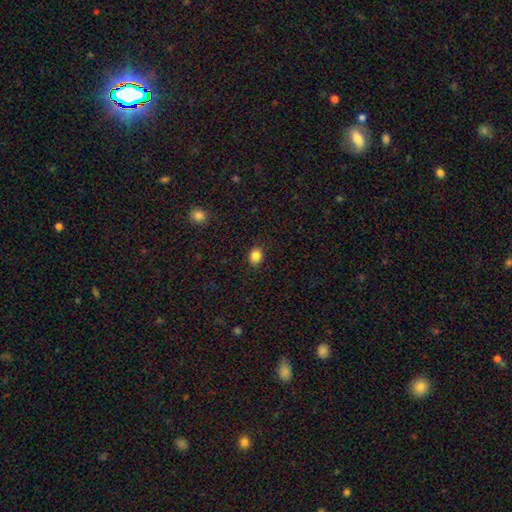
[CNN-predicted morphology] A smooth galaxy with no disk features (85%) that is round (68%).

Vote fractions:
- Smooth or featured? smooth: 85% / star or artifact: 11% / featured or disk: 4%
- How rounded? round: 68% / in between: 31% / cigar-shaped: 1%
- Merging? none: 88% / minor disturbance: 8% / major disturbance: 2% / merger: 1%